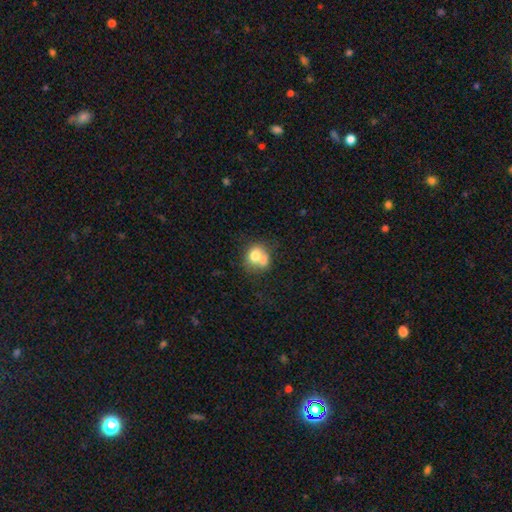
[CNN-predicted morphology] A smooth galaxy with no disk features (72%) that is round (66%). Merging: merger (43%).